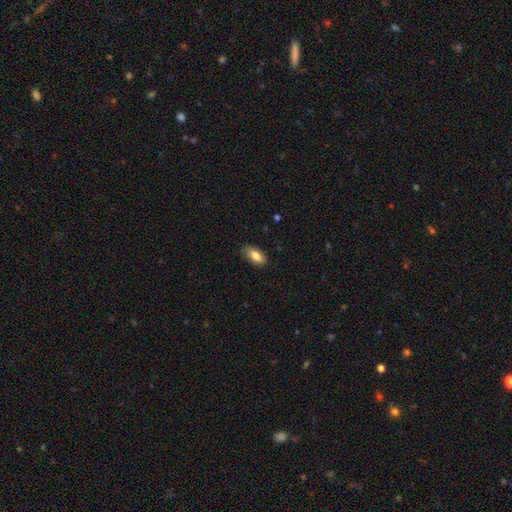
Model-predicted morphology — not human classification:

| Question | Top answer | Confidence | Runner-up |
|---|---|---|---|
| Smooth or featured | smooth | 84% | featured or disk (10%) |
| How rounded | in between | 90% | cigar-shaped (7%) |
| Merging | none | 79% | minor disturbance (17%) |